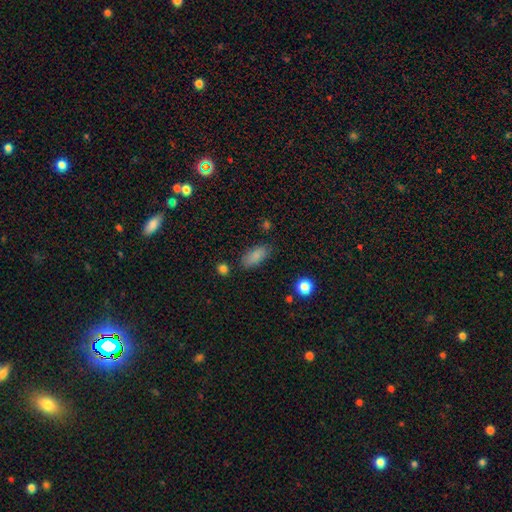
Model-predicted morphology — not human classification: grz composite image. It shows a smooth galaxy with no disk features (85%) that is in between round and cigar-shaped (88%). Merging: none (80%).